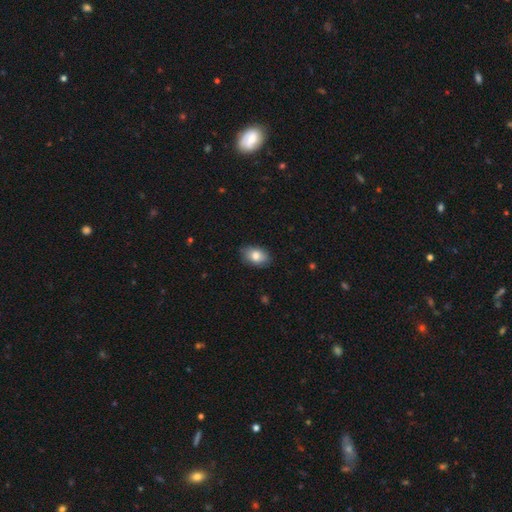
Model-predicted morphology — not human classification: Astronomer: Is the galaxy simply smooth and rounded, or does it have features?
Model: smooth — 82%.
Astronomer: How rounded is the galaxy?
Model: in between — 86%.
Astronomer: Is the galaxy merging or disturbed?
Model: none — 84%.